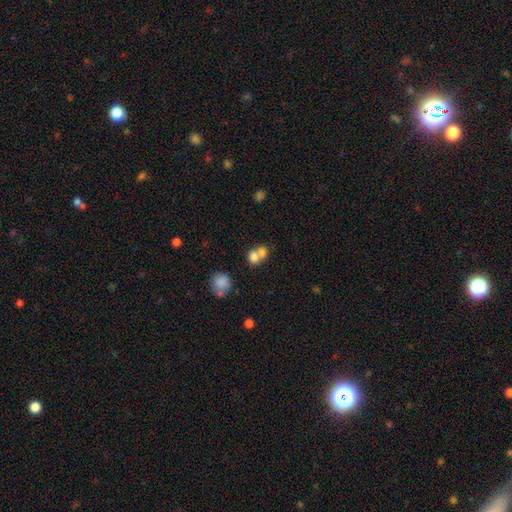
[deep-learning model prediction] smooth 74%, featured or disk 15%, star or artifact 11%. Down the decision tree: how rounded — round (65%); merging — merger (62%).